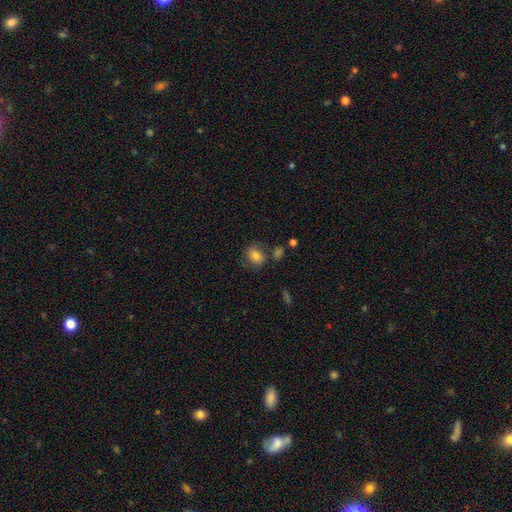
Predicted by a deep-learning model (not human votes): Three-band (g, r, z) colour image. It shows a smooth galaxy with no disk features (78%) that is round (50%). Merging: none (65%).